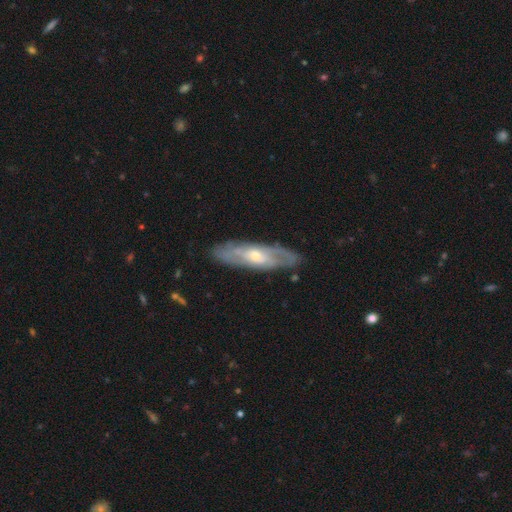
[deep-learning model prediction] Smooth or featured? Predicted: featured or disk (p=0.72). Edge-on disk? Predicted: no (p=0.71). Bar? Predicted: no (p=0.60). Spiral arms? Predicted: yes (p=0.74). Bulge size? Predicted: moderate (p=0.49). Merging? Predicted: none (p=0.81).